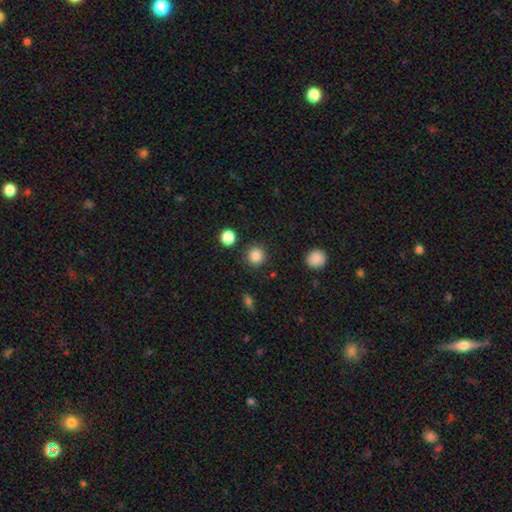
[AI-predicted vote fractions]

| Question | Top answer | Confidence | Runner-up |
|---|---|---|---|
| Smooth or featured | smooth | 85% | star or artifact (11%) |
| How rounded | round | 94% | in between (5%) |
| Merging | none | 90% | minor disturbance (5%) |